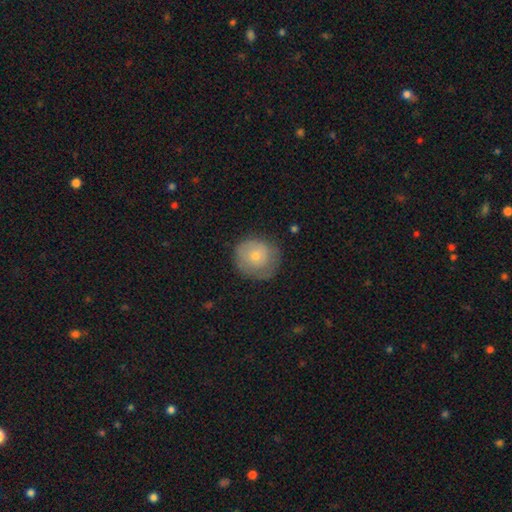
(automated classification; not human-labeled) Smooth or featured?
  - smooth: 59% *
  - featured or disk: 32%
  - star or artifact: 8%
How rounded?
  - round: 90% *
  - in between: 9%
  - cigar-shaped: 1%
Merging?
  - none: 72% *
  - minor disturbance: 20%
  - major disturbance: 7%
  - merger: 1%